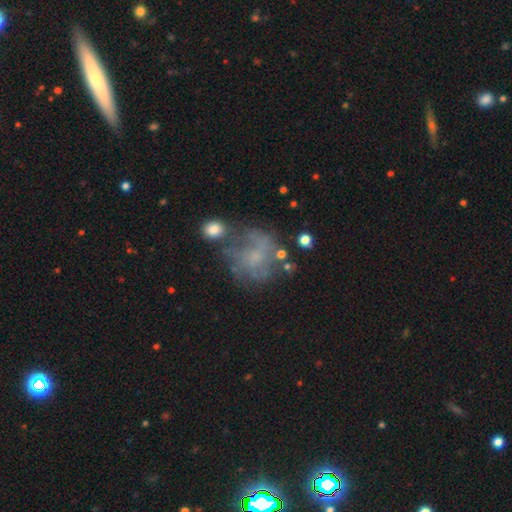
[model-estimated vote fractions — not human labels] Smooth or featured? Predicted: featured or disk (p=0.59). Edge-on disk? Predicted: no (p=0.98). Bar? Predicted: no (p=0.69). Spiral arms? Predicted: yes (p=0.68). Bulge size? Predicted: small (p=0.50). Merging? Predicted: none (p=0.50).